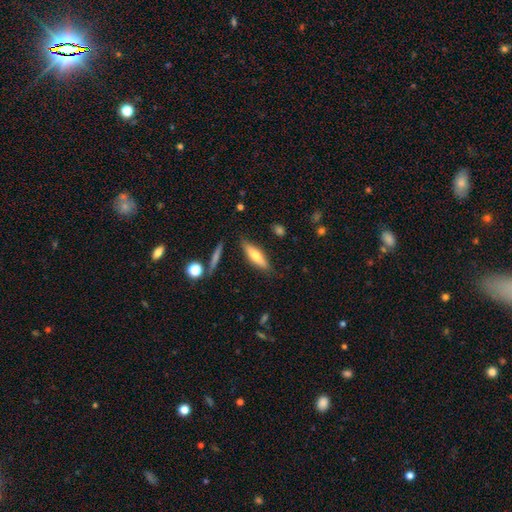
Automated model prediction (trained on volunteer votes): Smooth or featured? smooth (59%)
How rounded? cigar-shaped (65%)
Merging? none (82%)